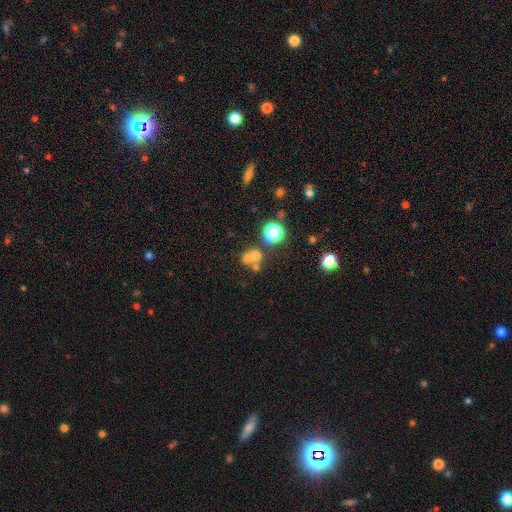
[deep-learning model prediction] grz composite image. It shows a smooth galaxy with no disk features (55%) that is round (81%). Merging: merger (51%).